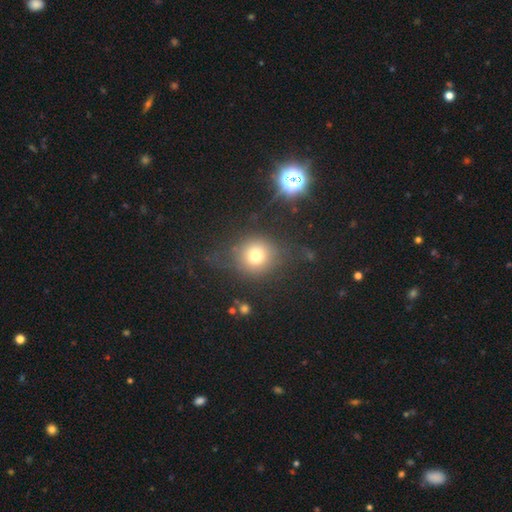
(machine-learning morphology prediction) smooth-or-featured: smooth: 72% | star or artifact: 16% | featured or disk: 11%
  how-rounded: round: 89% | in between: 10% | cigar-shaped: 1%
  merging: none: 74% | minor disturbance: 13% | major disturbance: 10% | merger: 3%